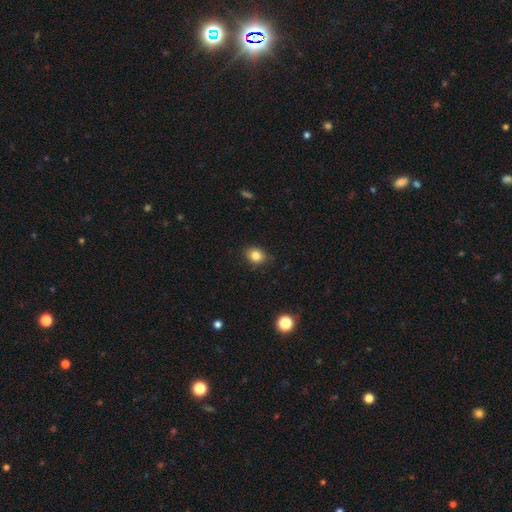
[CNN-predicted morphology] Smooth or featured? smooth (82%)
How rounded? round (51%)
Merging? none (84%)